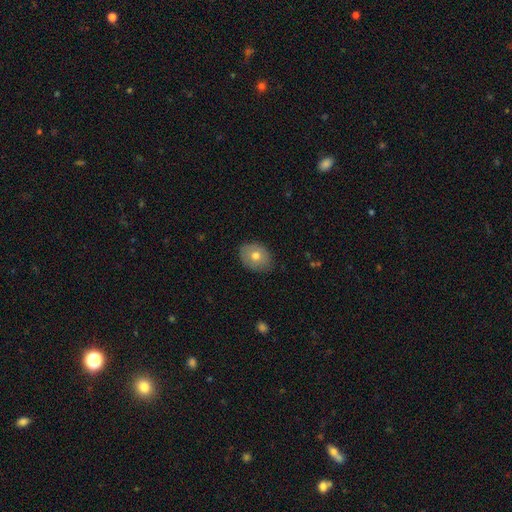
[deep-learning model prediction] Smooth or featured? Predicted: smooth (p=0.70). How rounded? Predicted: in between (p=0.55). Merging? Predicted: none (p=0.81).